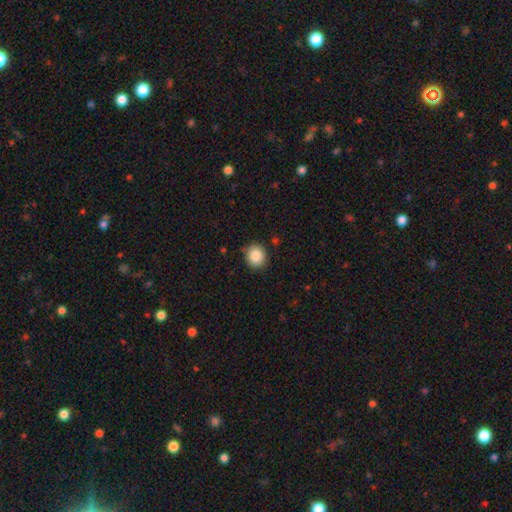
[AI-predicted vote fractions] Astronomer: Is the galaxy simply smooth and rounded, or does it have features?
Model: smooth — 86%.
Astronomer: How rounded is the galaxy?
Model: round — 85%.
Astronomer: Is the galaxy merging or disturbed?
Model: none — 87%.